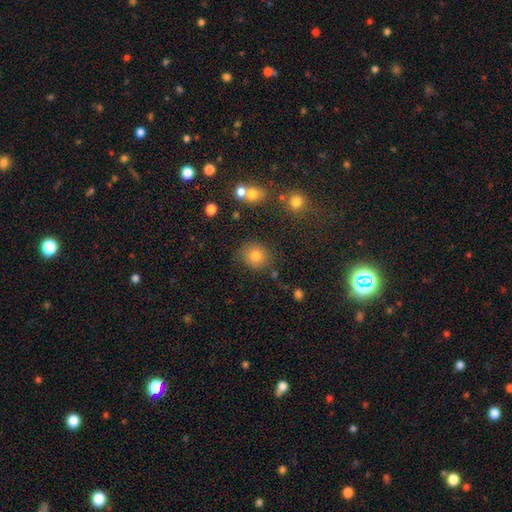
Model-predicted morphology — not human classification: smooth 79%, star or artifact 13%, featured or disk 8%. Down the decision tree: how rounded — round (83%); merging — none (81%).